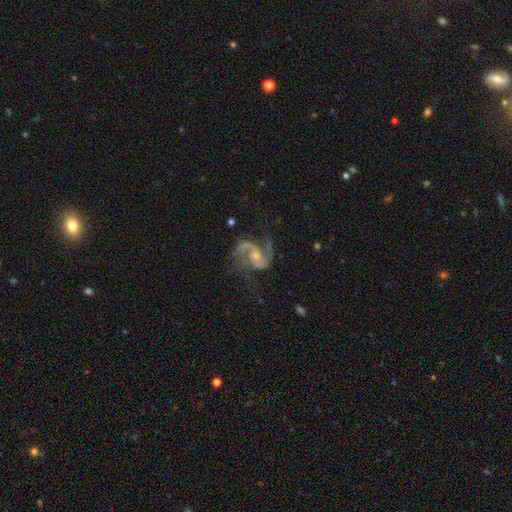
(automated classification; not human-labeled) This is clearly a featured or disk galaxy (91%). It is clearly not viewed edge-on (98%). Bar: possibly no (50%). Spiral arm pattern: clearly yes (98%). Spiral arm count: clearly 2 (93%). Spiral winding: likely medium (60%). Central bulge: possibly small (48%). Merging: likely none (71%).